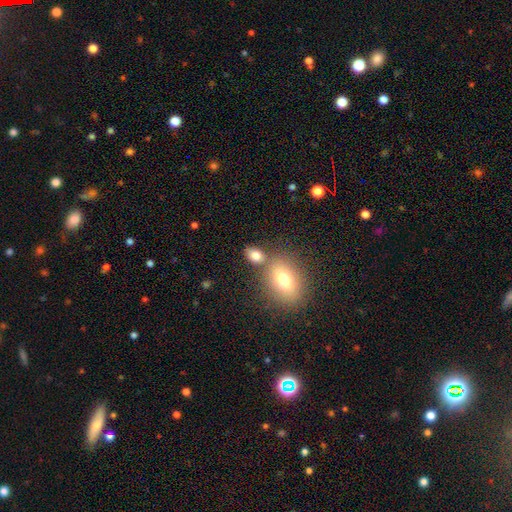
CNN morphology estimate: This appears to be a smooth galaxy with no disk features (80%) that is in between round and cigar-shaped (78%). Merging: none (62%).